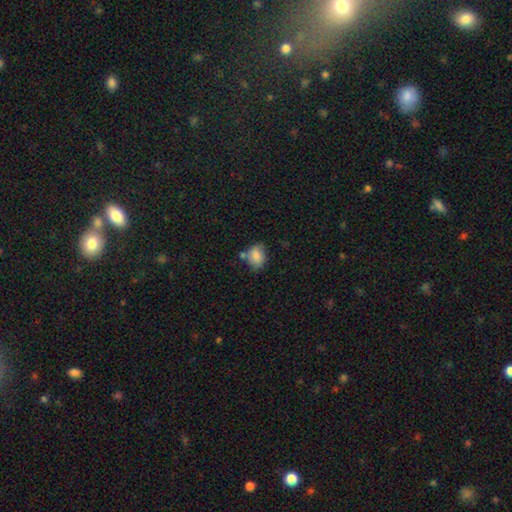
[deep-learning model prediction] Smooth or featured?
  - smooth: 82% *
  - featured or disk: 9%
  - star or artifact: 8%
How rounded?
  - in between: 62% *
  - round: 37%
  - cigar-shaped: 1%
Merging?
  - none: 56% *
  - minor disturbance: 23%
  - merger: 15%
  - major disturbance: 6%